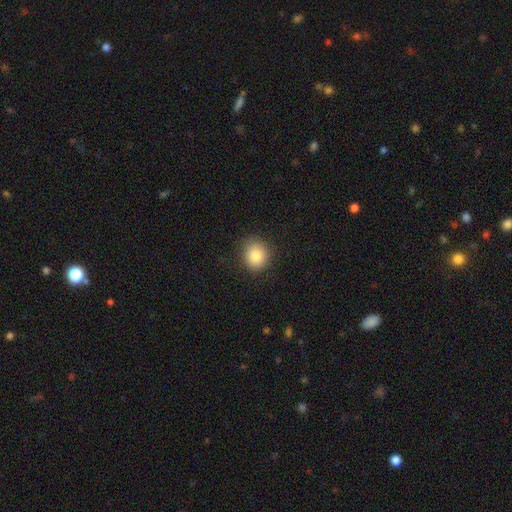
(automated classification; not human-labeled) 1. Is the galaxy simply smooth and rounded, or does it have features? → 84% smooth, 9% star or artifact, 7% featured or disk.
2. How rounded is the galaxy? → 79% round, 20% in between, 1% cigar-shaped.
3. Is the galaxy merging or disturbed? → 86% none, 10% minor disturbance, 3% major disturbance, 1% merger.